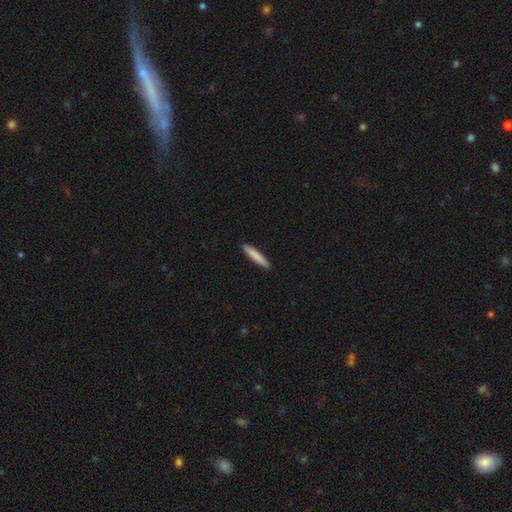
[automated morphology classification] Smooth or featured: smooth — 83% (featured or disk — 12%)
How rounded: cigar-shaped — 93% (in between — 6%)
Merging: none — 92% (minor disturbance — 6%)